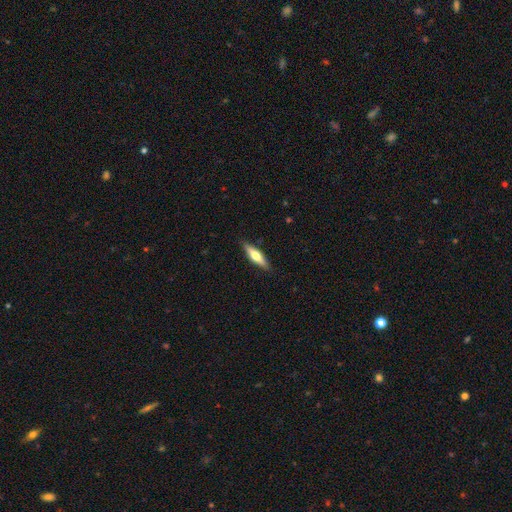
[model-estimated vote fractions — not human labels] A smooth galaxy with no disk features (50%). Merging: none (88%).